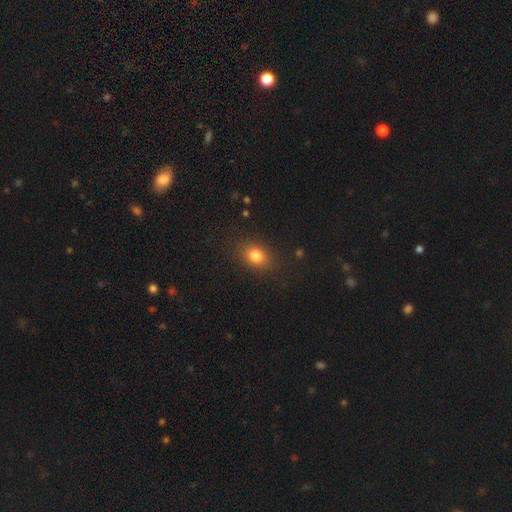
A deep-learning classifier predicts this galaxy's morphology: Q: Smooth or featured?
A: smooth (80%); runner-up: star or artifact (12%)
Q: How rounded?
A: in between (58%); runner-up: round (40%)
Q: Merging?
A: none (85%); runner-up: minor disturbance (10%)